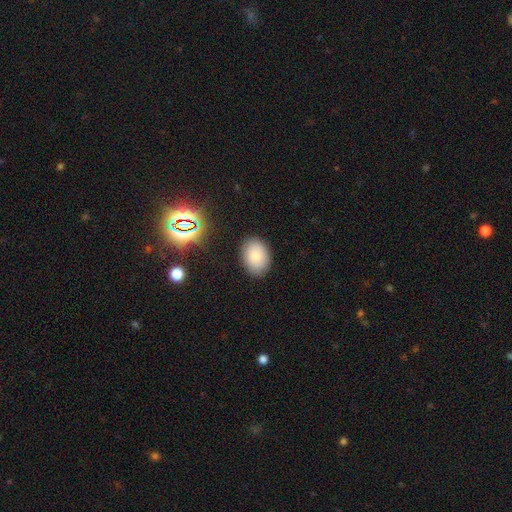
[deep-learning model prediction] Smooth or featured? smooth (80%)
How rounded? in between (73%)
Merging? none (86%)